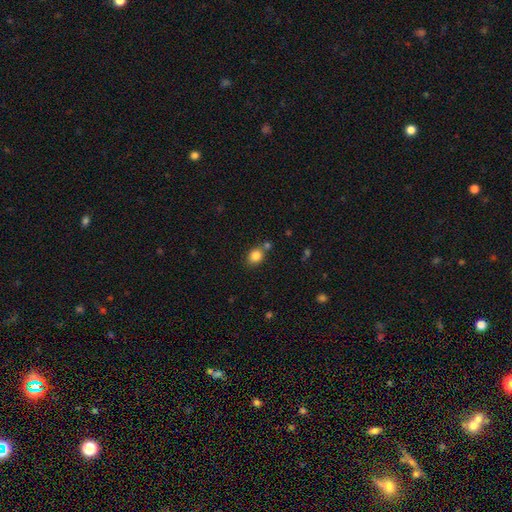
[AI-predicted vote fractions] Morphology: type=smooth (84%); roundness=round (61%); merging=none (68%).